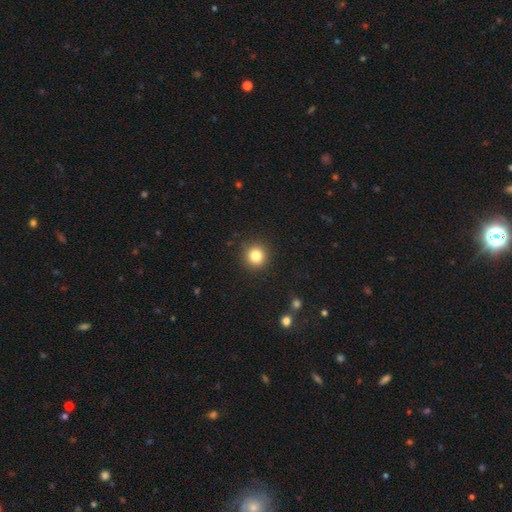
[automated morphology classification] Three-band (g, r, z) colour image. It shows a smooth galaxy with no disk features (83%) that is round (94%). Merging: none (91%).